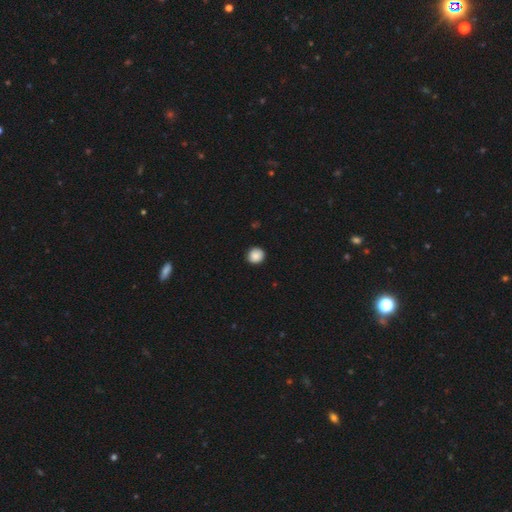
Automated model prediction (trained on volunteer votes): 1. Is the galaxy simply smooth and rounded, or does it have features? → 88% smooth, 9% star or artifact, 3% featured or disk.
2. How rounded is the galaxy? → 92% round, 7% in between, 1% cigar-shaped.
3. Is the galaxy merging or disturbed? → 91% none, 6% minor disturbance, 2% major disturbance, 1% merger.